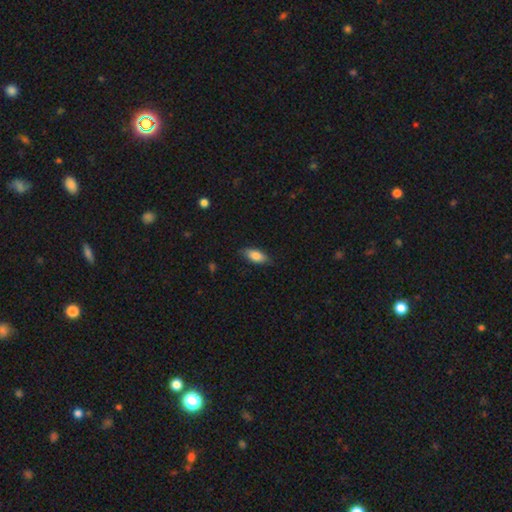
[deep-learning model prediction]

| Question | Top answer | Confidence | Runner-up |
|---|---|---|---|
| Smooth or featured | smooth | 83% | featured or disk (11%) |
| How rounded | in between | 86% | cigar-shaped (11%) |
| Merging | none | 83% | minor disturbance (14%) |